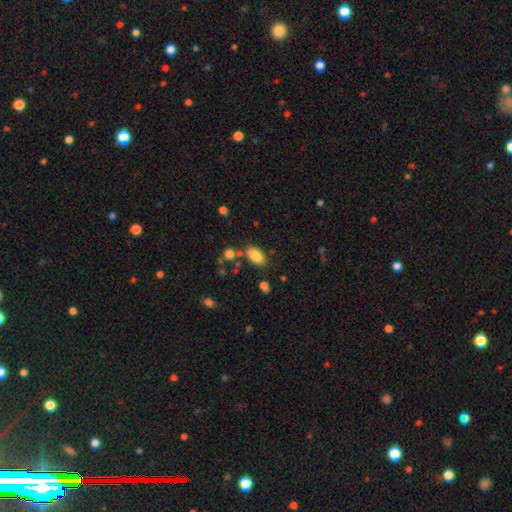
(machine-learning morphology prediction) Q: Smooth or featured?
A: smooth (85%); runner-up: star or artifact (8%)
Q: How rounded?
A: in between (92%); runner-up: round (5%)
Q: Merging?
A: none (75%); runner-up: minor disturbance (13%)